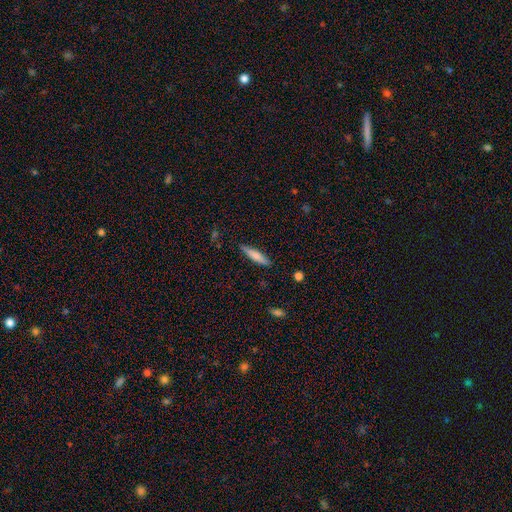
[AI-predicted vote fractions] Overall: smooth (71%). How rounded: cigar-shaped (84%). Merging: none (86%).